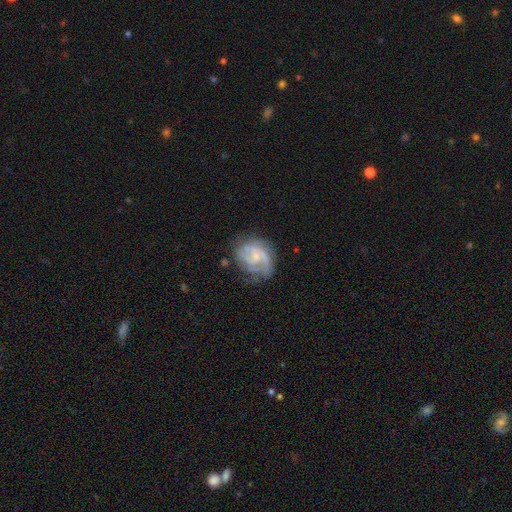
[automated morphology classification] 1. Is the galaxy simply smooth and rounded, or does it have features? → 76% featured or disk, 17% smooth, 7% star or artifact.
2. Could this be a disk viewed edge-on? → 98% no, 2% yes.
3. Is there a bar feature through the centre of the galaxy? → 57% no, 37% weak, 6% strong.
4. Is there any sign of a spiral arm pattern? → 90% yes, 10% no.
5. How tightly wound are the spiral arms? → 42% medium, 41% tight, 17% loose.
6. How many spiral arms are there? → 39% 2, 25% can't tell, 19% 3, 10% 1, 4% 4, 3% more than 4.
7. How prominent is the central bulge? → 63% small, 21% moderate, 14% none, 2% large, 1% dominant.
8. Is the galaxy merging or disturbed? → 56% none, 24% minor disturbance, 18% major disturbance, 2% merger.